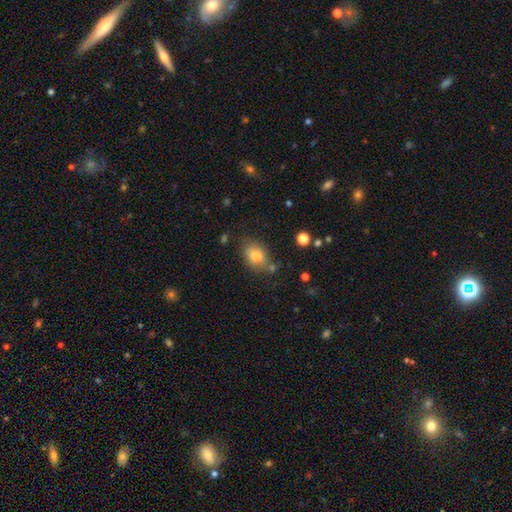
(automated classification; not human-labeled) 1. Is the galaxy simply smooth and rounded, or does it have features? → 77% smooth, 13% featured or disk, 10% star or artifact.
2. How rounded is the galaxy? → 66% in between, 33% round, 2% cigar-shaped.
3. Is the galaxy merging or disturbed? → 66% none, 21% minor disturbance, 8% merger, 6% major disturbance.